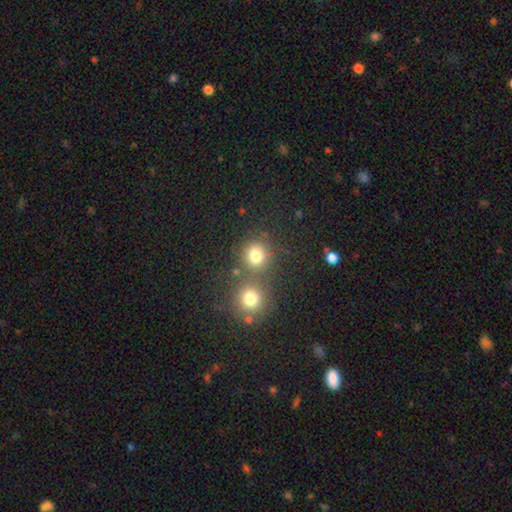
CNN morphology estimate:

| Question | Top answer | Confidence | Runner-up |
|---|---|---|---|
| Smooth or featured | smooth | 77% | star or artifact (16%) |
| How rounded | round | 87% | in between (12%) |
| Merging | none | 55% | merger (34%) |